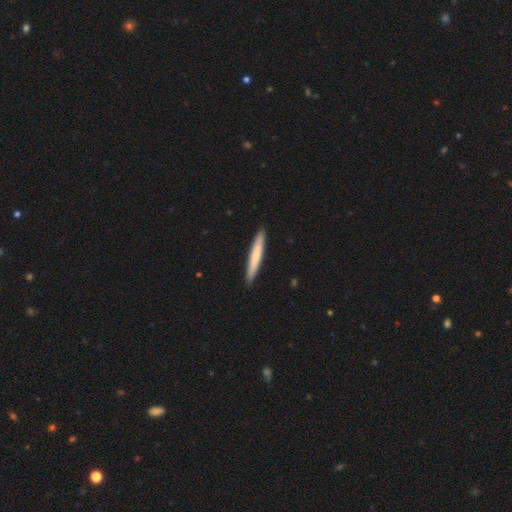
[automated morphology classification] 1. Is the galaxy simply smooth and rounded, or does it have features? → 69% smooth, 26% featured or disk, 5% star or artifact.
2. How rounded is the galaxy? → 96% cigar-shaped, 3% in between, 1% round.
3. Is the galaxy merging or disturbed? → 92% none, 6% minor disturbance, 1% major disturbance, 1% merger.